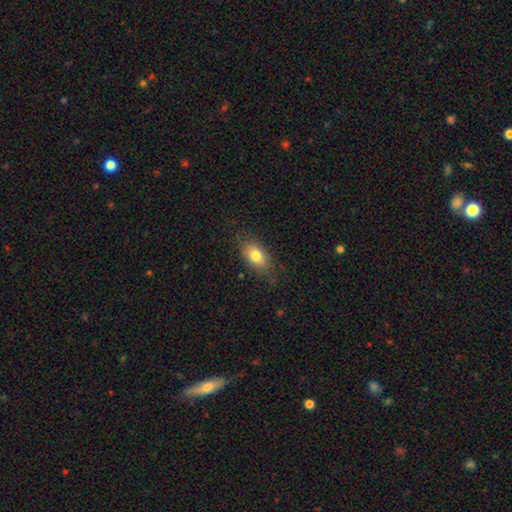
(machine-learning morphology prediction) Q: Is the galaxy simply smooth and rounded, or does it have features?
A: smooth — 79%.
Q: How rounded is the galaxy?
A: in between — 87%.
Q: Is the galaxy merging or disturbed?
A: none — 78%.